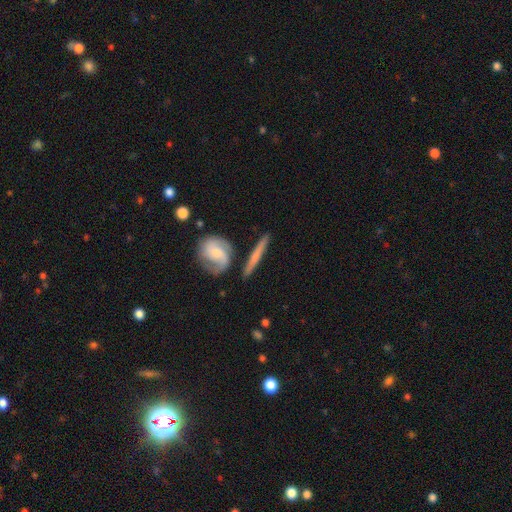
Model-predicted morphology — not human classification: Overall: featured or disk (53%; smooth 41%). Edge-on disk: yes (67%; no 33%). Merging: none (78%).